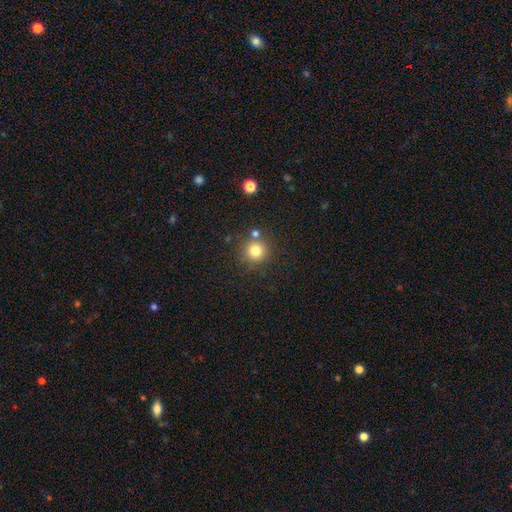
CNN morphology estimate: The model was most divided on "smooth or featured": smooth: 58%, star or artifact: 35%, featured or disk: 7%. More confident: how rounded — round (92%); merging — none (81%).